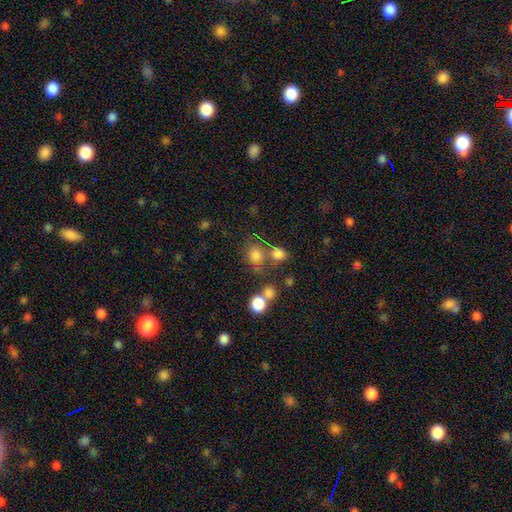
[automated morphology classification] Smooth or featured?
  - smooth: 75% *
  - star or artifact: 16%
  - featured or disk: 9%
How rounded?
  - round: 74% *
  - in between: 24%
  - cigar-shaped: 1%
Merging?
  - none: 54% *
  - merger: 27%
  - minor disturbance: 12%
  - major disturbance: 8%